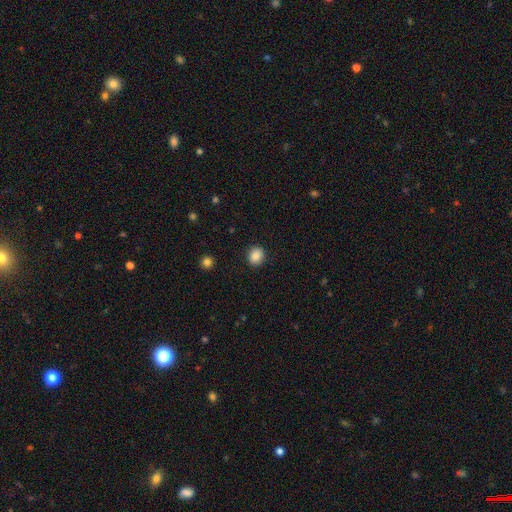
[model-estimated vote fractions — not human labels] A smooth galaxy with no disk features (87%) that is round (69%).

Vote fractions:
- Smooth or featured? smooth: 87% / star or artifact: 9% / featured or disk: 3%
- How rounded? round: 69% / in between: 30% / cigar-shaped: 1%
- Merging? none: 90% / minor disturbance: 7% / major disturbance: 2% / merger: 1%